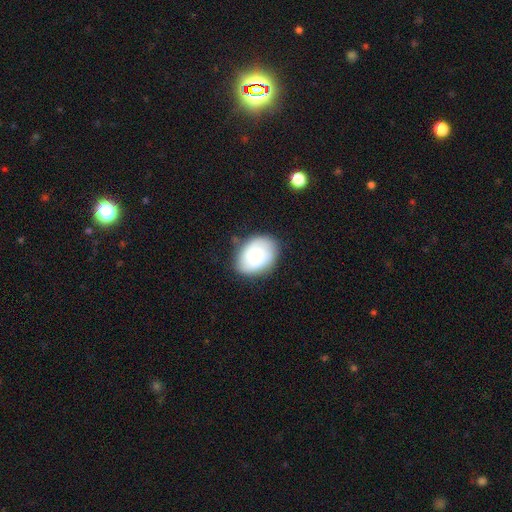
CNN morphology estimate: smooth 68%, featured or disk 26%, star or artifact 7%. Down the decision tree: how rounded — in between (72%); merging — none (74%).